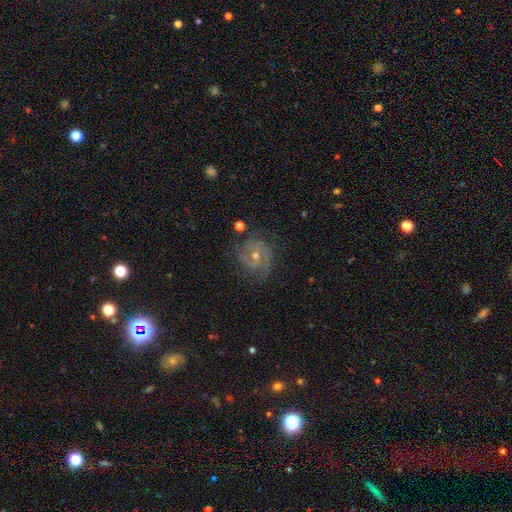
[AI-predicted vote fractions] Overall: featured or disk (78%). Edge-on disk: no (97%). Bar: no (61%; weak 32%). Spiral arms: yes (95%). Spiral arm count: 2 (55%; can't tell 18%). Spiral winding: tight (54%; medium 37%). Bulge size: small (50%; moderate 47%). Merging: none (74%).